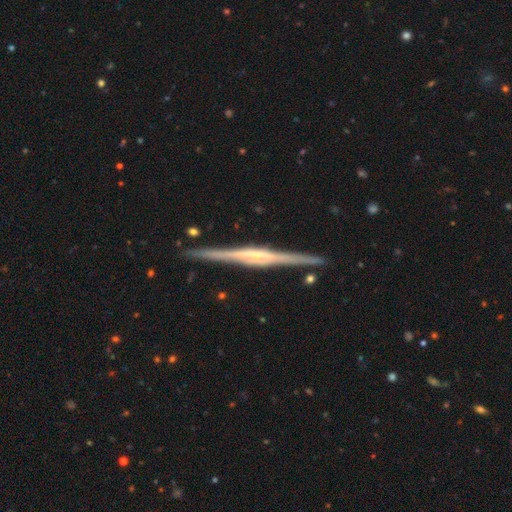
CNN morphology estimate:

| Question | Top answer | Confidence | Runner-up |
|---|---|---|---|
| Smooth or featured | featured or disk | 87% | smooth (8%) |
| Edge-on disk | yes | 98% | no (2%) |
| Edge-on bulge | rounded | 46% | boxy (37%) |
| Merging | none | 91% | minor disturbance (6%) |